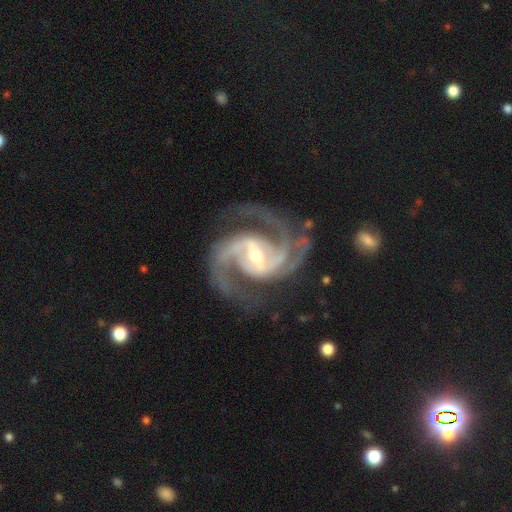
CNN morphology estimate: Smooth or featured? Predicted: featured or disk (p=0.94). Edge-on disk? Predicted: no (p=0.98). Bar? Predicted: strong (p=0.52). Spiral arms? Predicted: yes (p=0.99). Spiral winding? Predicted: medium (p=0.62). Spiral arm count? Predicted: 2 (p=0.64). Bulge size? Predicted: moderate (p=0.47, tied with small). Merging? Predicted: none (p=0.73).